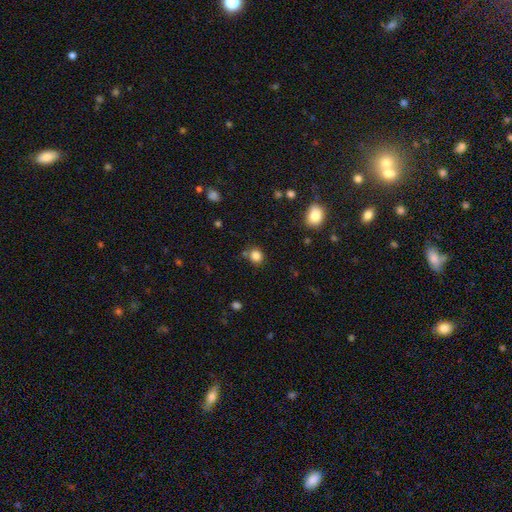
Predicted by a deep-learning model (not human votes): A smooth galaxy with no disk features (83%) that is round (80%). Merging: none (74%).